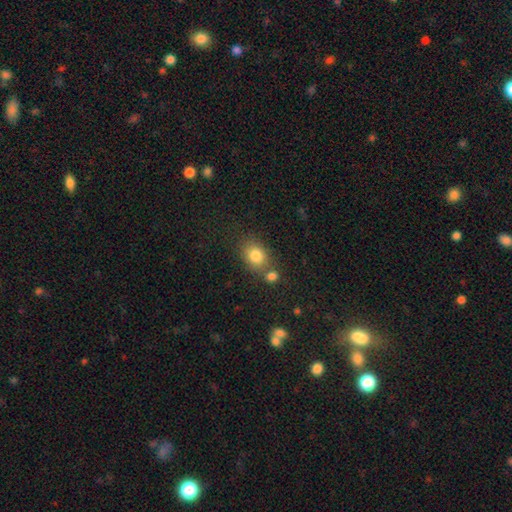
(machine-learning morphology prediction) A smooth galaxy with no disk features (82%) that is in between round and cigar-shaped (52%).

Vote fractions:
- Smooth or featured? smooth: 82% / star or artifact: 10% / featured or disk: 8%
- How rounded? in between: 52% / round: 47% / cigar-shaped: 1%
- Merging? none: 60% / merger: 23% / minor disturbance: 12% / major disturbance: 4%